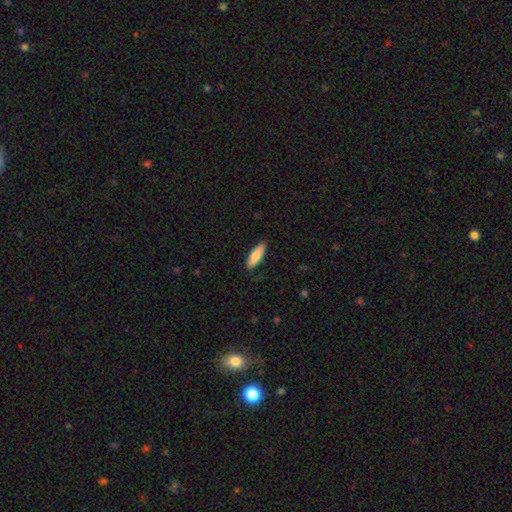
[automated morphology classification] Smooth or featured? smooth (79%)
How rounded? in between (56%)
Merging? none (86%)